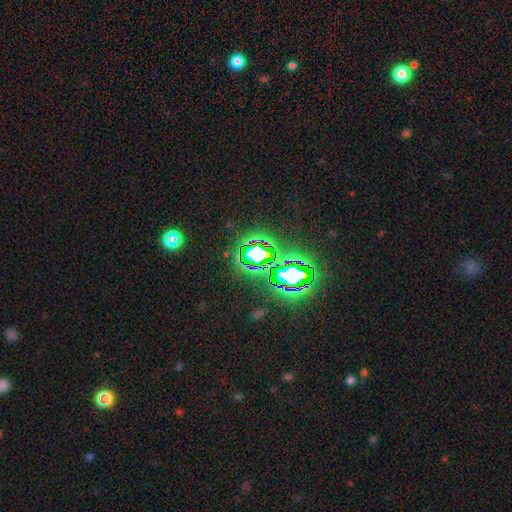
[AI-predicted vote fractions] Morphology: type=star or artifact (80%).